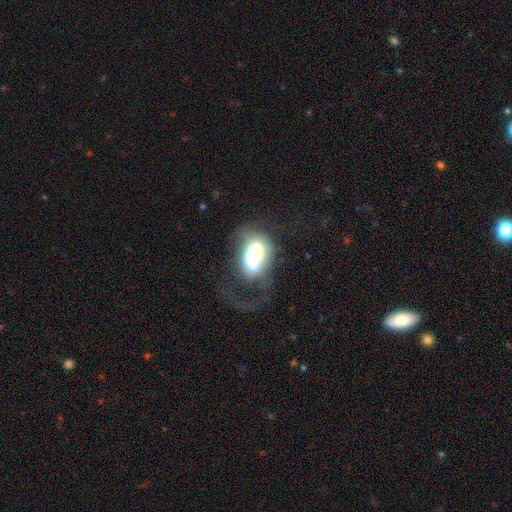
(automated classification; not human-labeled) The model was most divided on "smooth or featured": smooth: 47%, featured or disk: 44%, star or artifact: 9%. Remaining: merging — major disturbance (48%).